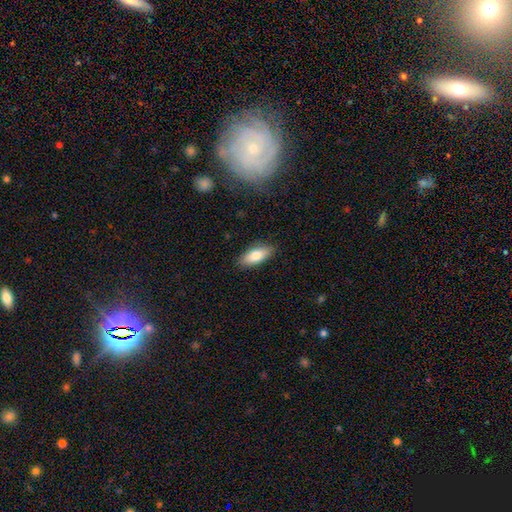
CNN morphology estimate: type=smooth (80%); roundness=in between (82%); merging=none (87%).